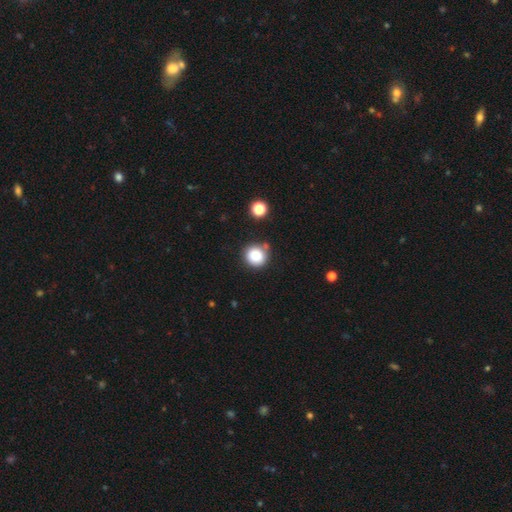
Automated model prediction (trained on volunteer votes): The model was most divided on "merging": none: 80%, minor disturbance: 10%, merger: 7%, major disturbance: 3%. More confident: how rounded — round (91%); smooth or featured — smooth (85%).